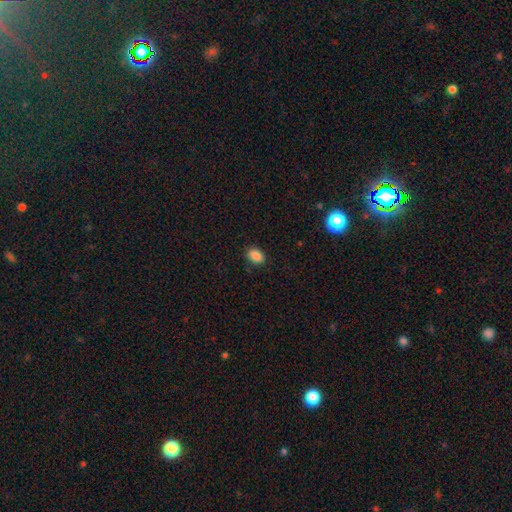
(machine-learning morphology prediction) Smooth or featured? smooth (88%)
How rounded? in between (79%)
Merging? none (86%)